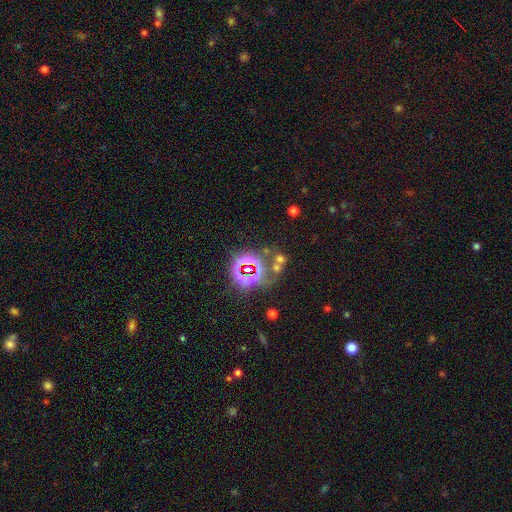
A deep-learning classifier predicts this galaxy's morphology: This appears to be a star or artifact, not a galaxy (78%).